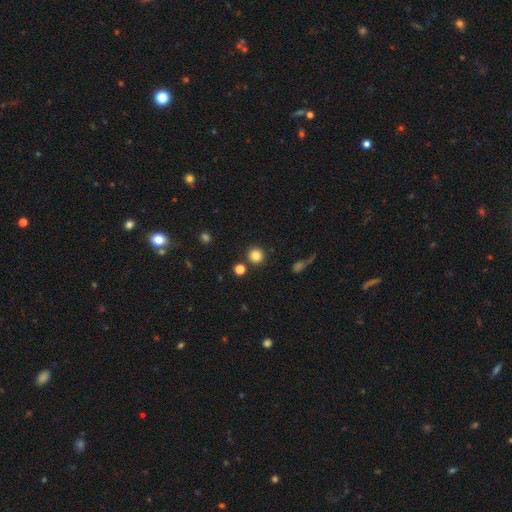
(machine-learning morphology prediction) Smooth or featured? smooth (83%)
How rounded? round (93%)
Merging? none (87%)